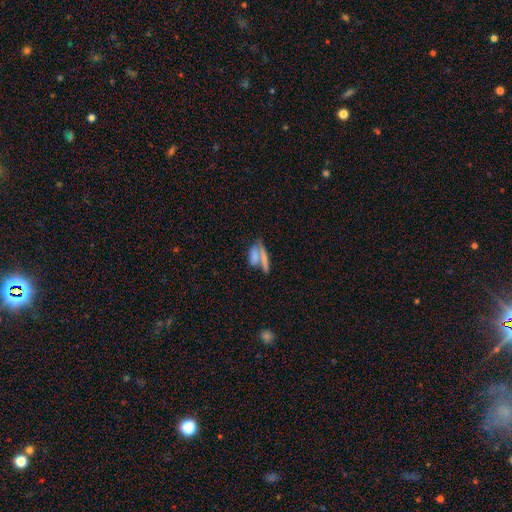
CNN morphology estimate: Smooth or featured: smooth — 67% (featured or disk — 22%)
How rounded: in between — 54% (cigar-shaped — 40%)
Merging: merger — 54% (none — 31%)